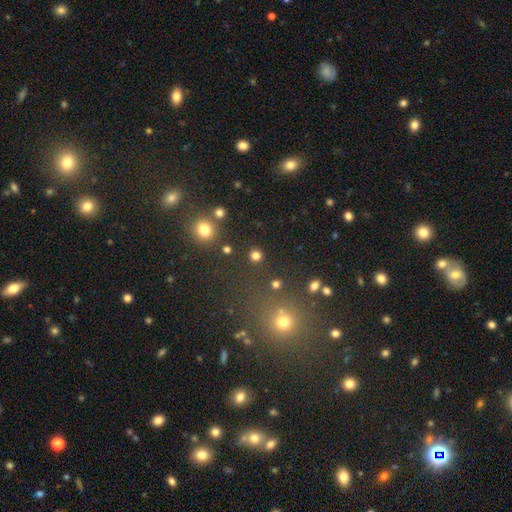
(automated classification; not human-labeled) This is likely a smooth galaxy (78%). How rounded: clearly round (93%). Merging: clearly none (89%).